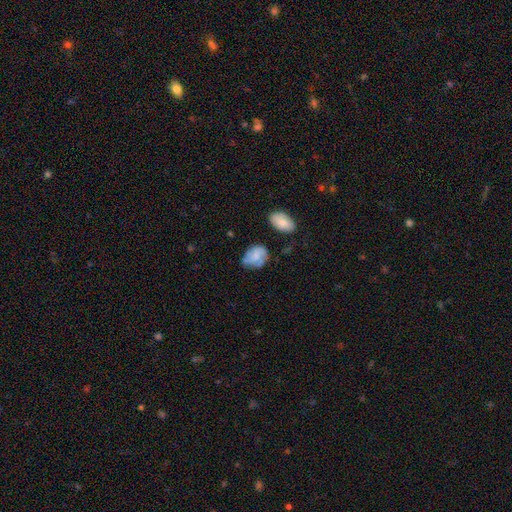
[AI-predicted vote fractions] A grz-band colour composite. It shows a smooth galaxy with no disk features (56%) that is in between round and cigar-shaped (62%). Merging: none (54%).